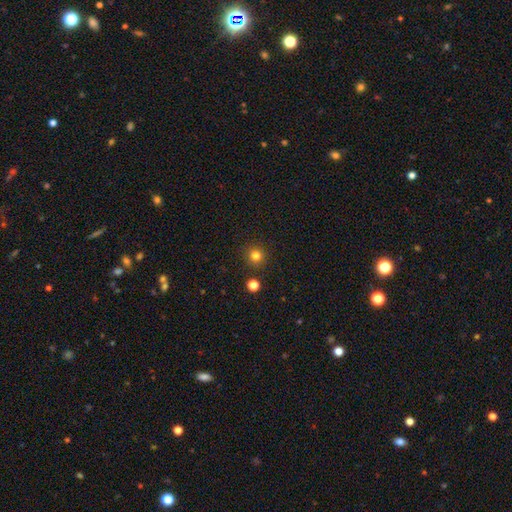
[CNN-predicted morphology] This is clearly a smooth galaxy (80%). How rounded: clearly round (94%). Merging: clearly none (89%).